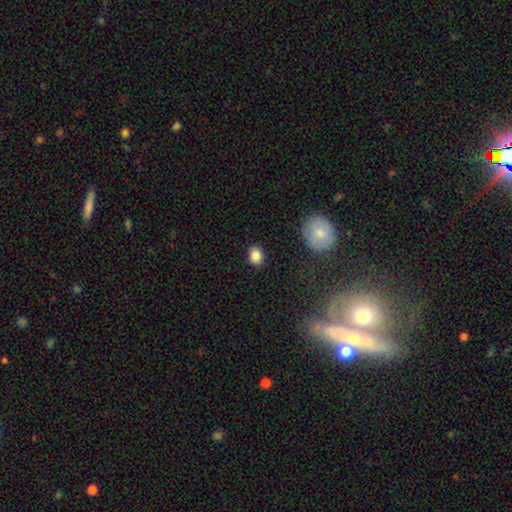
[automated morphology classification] smooth 85%, star or artifact 10%, featured or disk 6%. Down the decision tree: how rounded — round (50%); merging — none (88%).